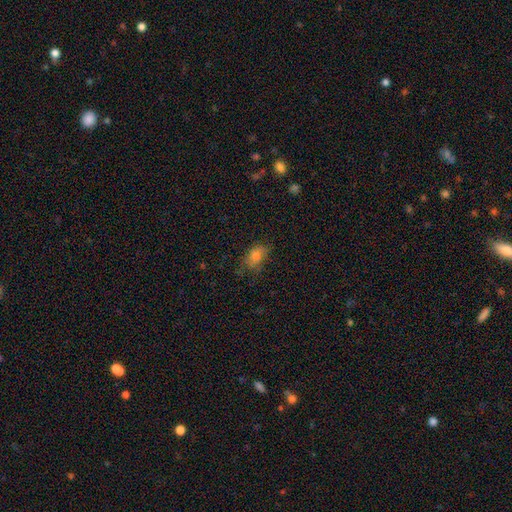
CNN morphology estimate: smooth 71%, featured or disk 15%, star or artifact 14%. Down the decision tree: how rounded — in between (81%); merging — none (61%).